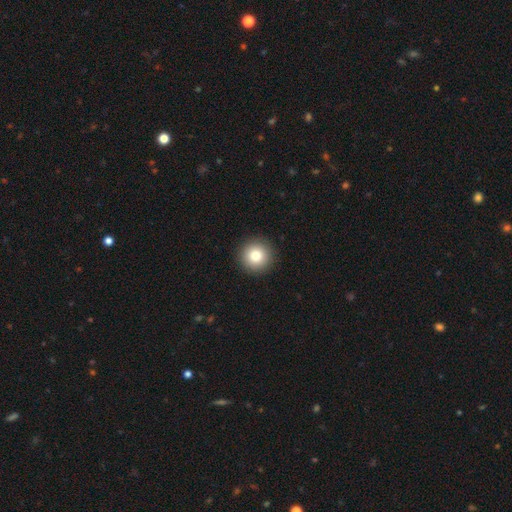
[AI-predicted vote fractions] Smooth or featured? smooth (81%)
How rounded? round (96%)
Merging? none (93%)